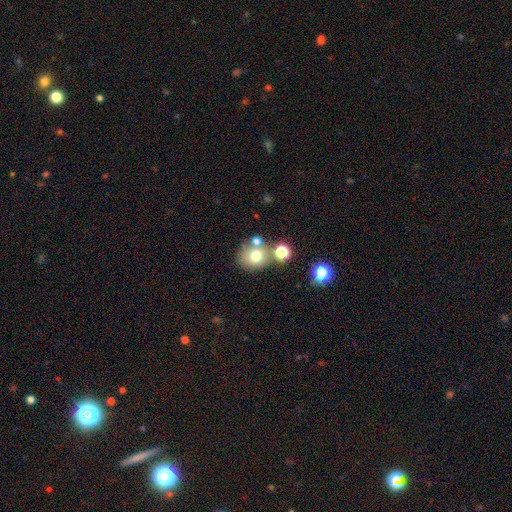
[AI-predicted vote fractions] The model was most divided on "merging": none: 61%, merger: 22%, minor disturbance: 12%, major disturbance: 5%. More confident: how rounded — round (72%); smooth or featured — smooth (70%).